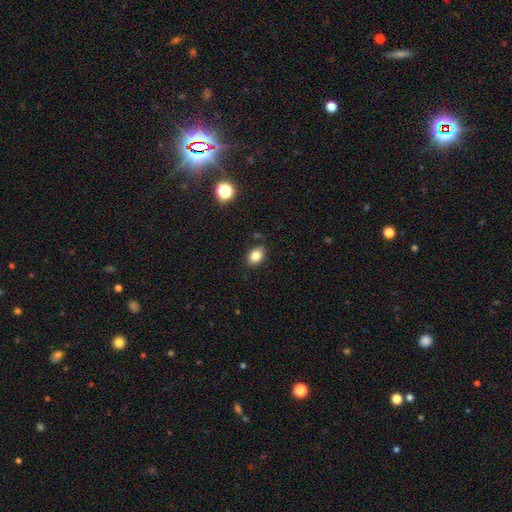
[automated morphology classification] type=smooth (82%); roundness=in between (75%); merging=none (82%).